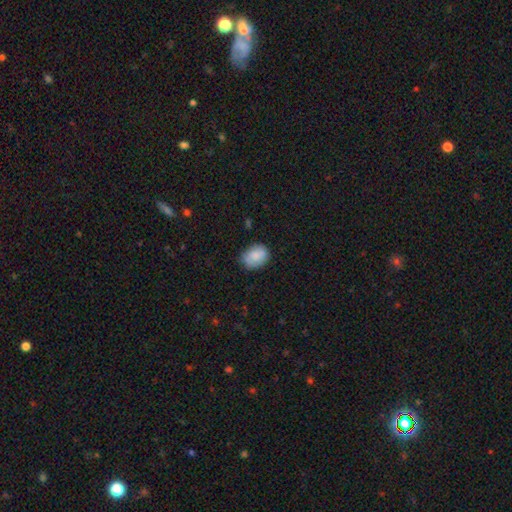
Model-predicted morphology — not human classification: Smooth or featured? smooth (81%)
How rounded? in between (61%)
Merging? none (73%)